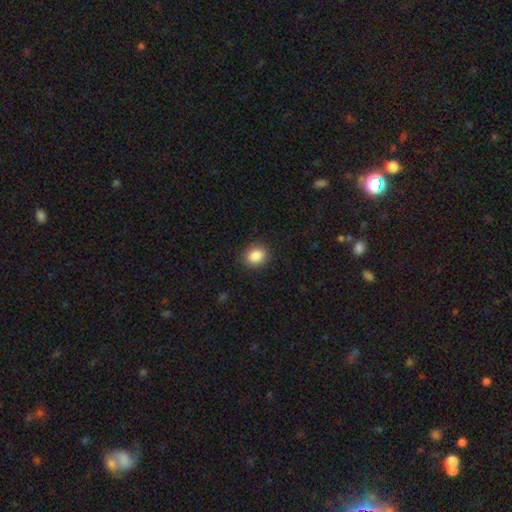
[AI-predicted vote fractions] This is clearly a smooth galaxy (87%). How rounded: likely round (60%). Merging: clearly none (90%).